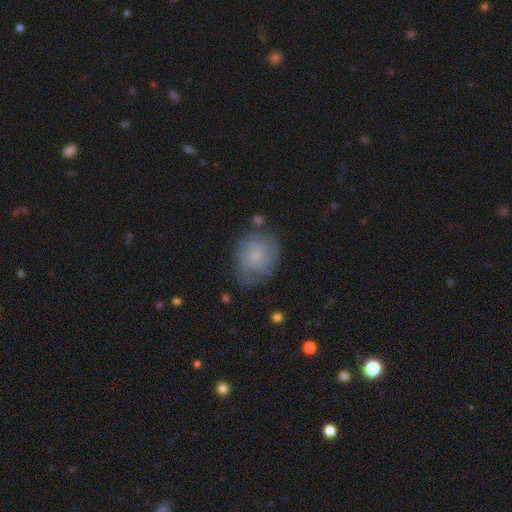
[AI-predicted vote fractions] Smooth or featured? Predicted: smooth (p=0.46). Merging? Predicted: none (p=0.64).